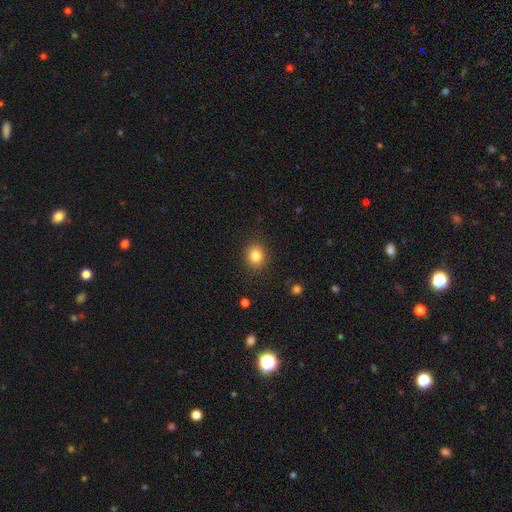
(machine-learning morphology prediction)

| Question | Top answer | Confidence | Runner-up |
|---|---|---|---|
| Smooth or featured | smooth | 83% | star or artifact (11%) |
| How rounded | round | 71% | in between (28%) |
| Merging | none | 88% | minor disturbance (8%) |